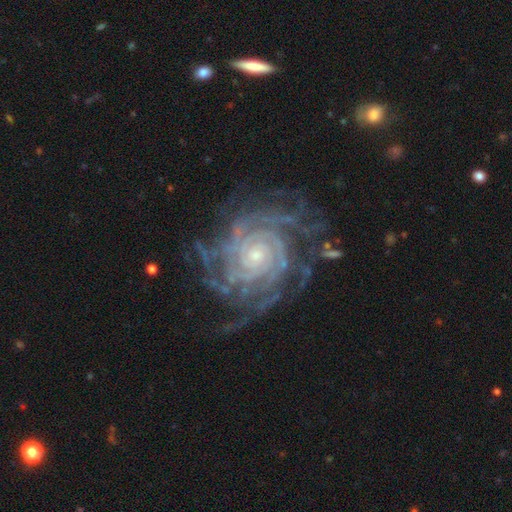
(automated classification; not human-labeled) featured or disk 92%, star or artifact 6%, smooth 3%. Down the decision tree: edge-on disk — no (98%); bar — no (75%); spiral arms — yes (99%); spiral arm count — 4 (22%); spiral winding — tight (84%); bulge size — small (75%); merging — none (71%).